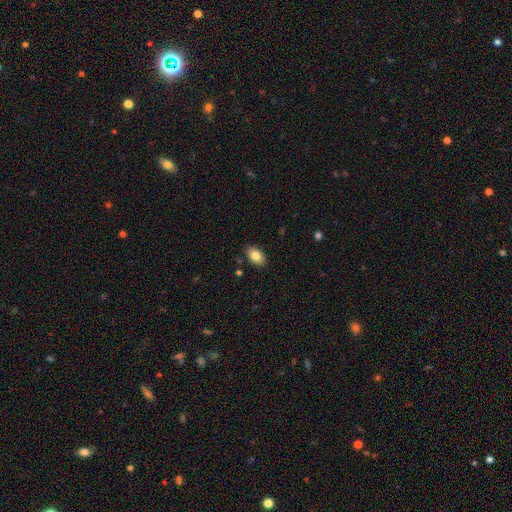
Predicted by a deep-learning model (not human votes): Smooth or featured?
  - smooth: 83% *
  - featured or disk: 10%
  - star or artifact: 7%
How rounded?
  - in between: 90% *
  - round: 9%
  - cigar-shaped: 1%
Merging?
  - none: 87% *
  - minor disturbance: 9%
  - major disturbance: 2%
  - merger: 1%